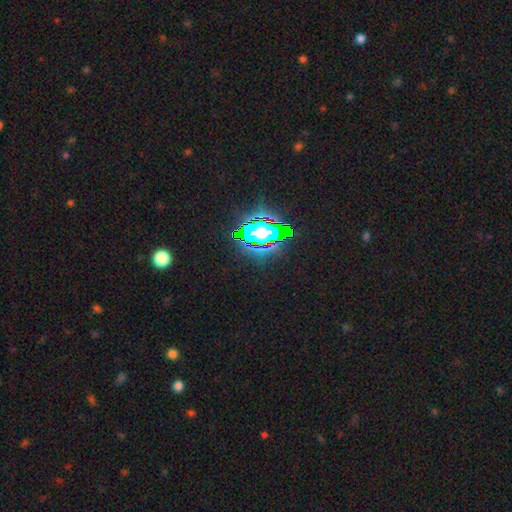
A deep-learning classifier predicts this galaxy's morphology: Smooth or featured: star or artifact — 83% (smooth — 10%)